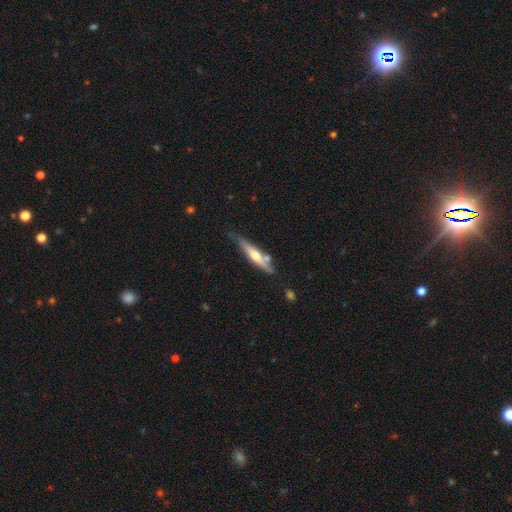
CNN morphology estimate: Smooth or featured? featured or disk (54%)
Edge-on disk? yes (91%)
Merging? none (64%)